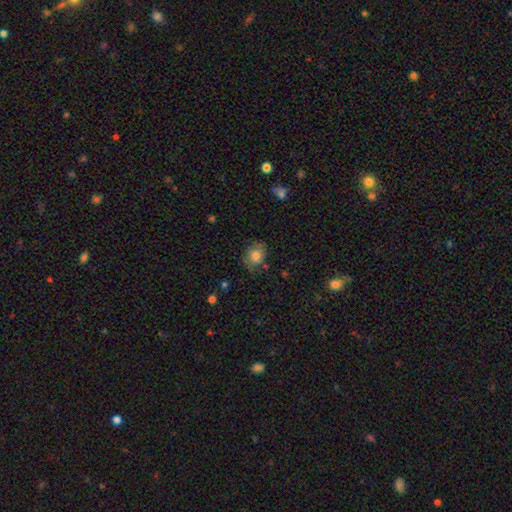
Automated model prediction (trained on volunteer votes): Smooth or featured: smooth — 72% (featured or disk — 18%)
How rounded: round — 57% (in between — 42%)
Merging: none — 64% (minor disturbance — 24%)